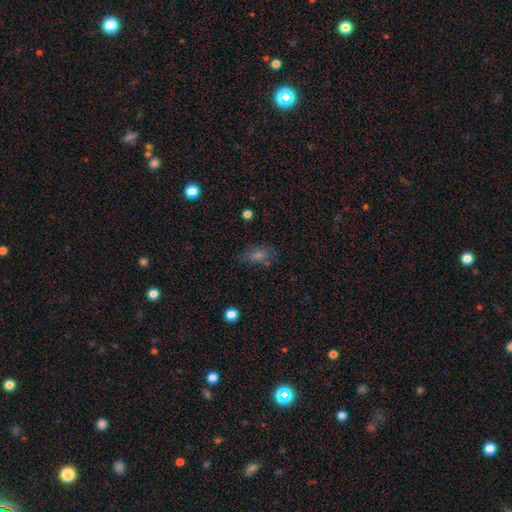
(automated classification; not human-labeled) This appears to be a smooth galaxy with no disk features (52%) that is in between round and cigar-shaped (77%). Merging: none (67%).